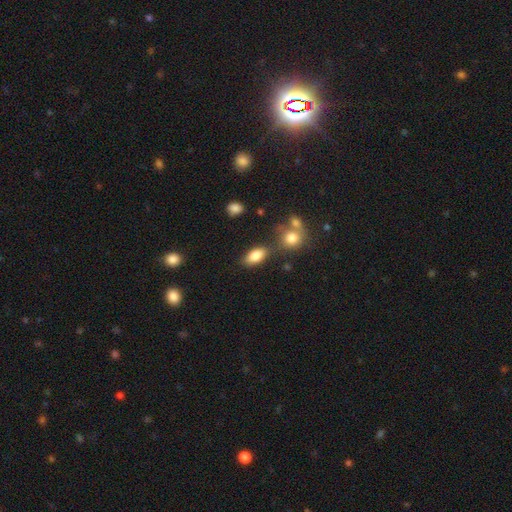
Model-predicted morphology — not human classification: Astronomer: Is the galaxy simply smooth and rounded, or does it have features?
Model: smooth — 83%.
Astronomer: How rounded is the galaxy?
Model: in between — 89%.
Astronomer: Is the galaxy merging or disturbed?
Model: none — 72%.